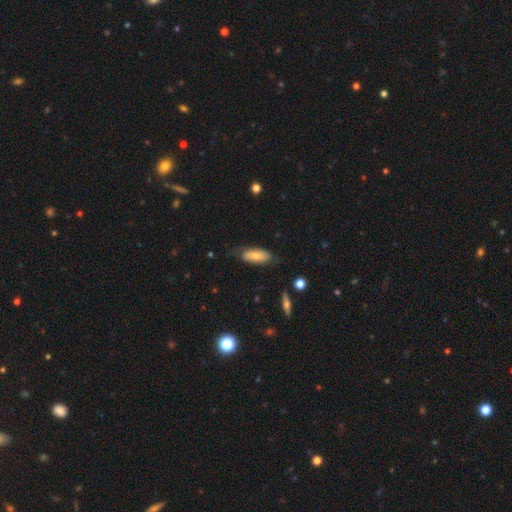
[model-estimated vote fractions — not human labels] smooth-or-featured: smooth: 68% | featured or disk: 25% | star or artifact: 6%
  how-rounded: in between: 78% | cigar-shaped: 20% | round: 2%
  merging: none: 64% | minor disturbance: 27% | major disturbance: 8% | merger: 2%